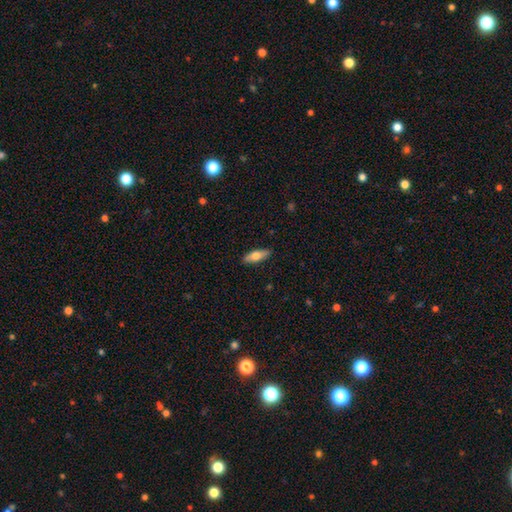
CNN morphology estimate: Q: Smooth or featured?
A: smooth (68%); runner-up: featured or disk (26%)
Q: How rounded?
A: in between (58%); runner-up: cigar-shaped (40%)
Q: Merging?
A: none (88%); runner-up: minor disturbance (9%)